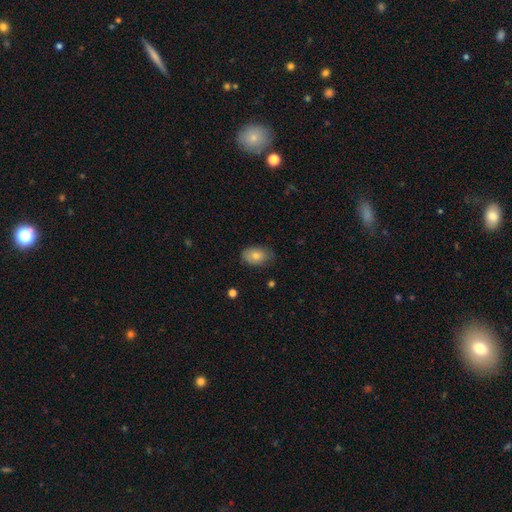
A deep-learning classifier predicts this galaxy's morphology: Smooth or featured?
  - smooth: 73% *
  - featured or disk: 18%
  - star or artifact: 9%
How rounded?
  - in between: 85% *
  - round: 14%
  - cigar-shaped: 1%
Merging?
  - none: 76% *
  - minor disturbance: 19%
  - major disturbance: 4%
  - merger: 1%